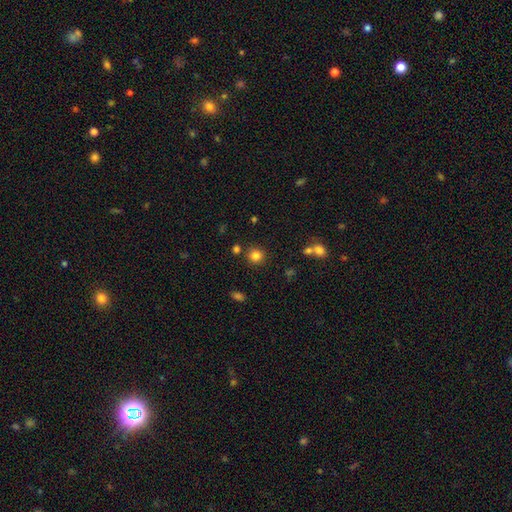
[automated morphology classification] A smooth galaxy with no disk features (82%) that is round (91%). Merging: none (85%).